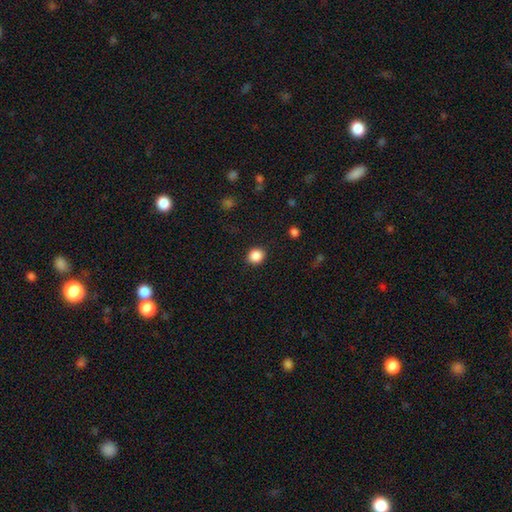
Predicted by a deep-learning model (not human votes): smooth 87%, star or artifact 10%, featured or disk 3%. Down the decision tree: how rounded — round (79%); merging — none (90%).